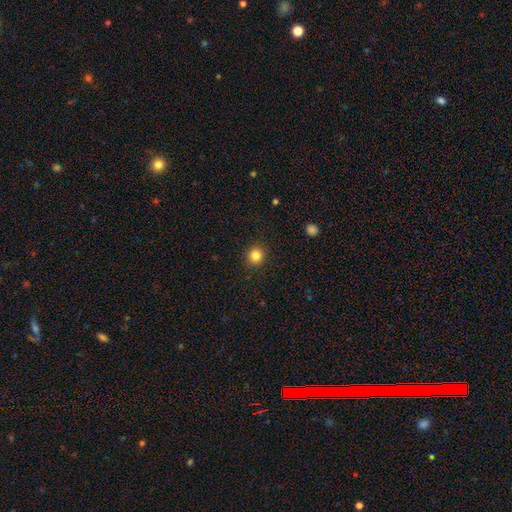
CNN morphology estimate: Overall: smooth (84%). How rounded: round (88%). Merging: none (91%).